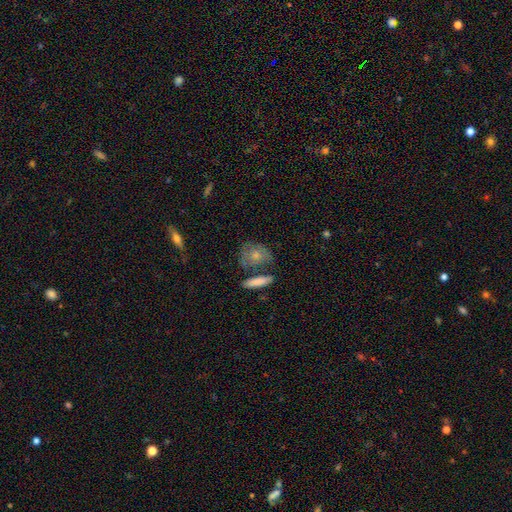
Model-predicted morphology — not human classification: This appears to be a smooth galaxy with no disk features (65%) that is in between round and cigar-shaped (52%). Merging: none (53%).